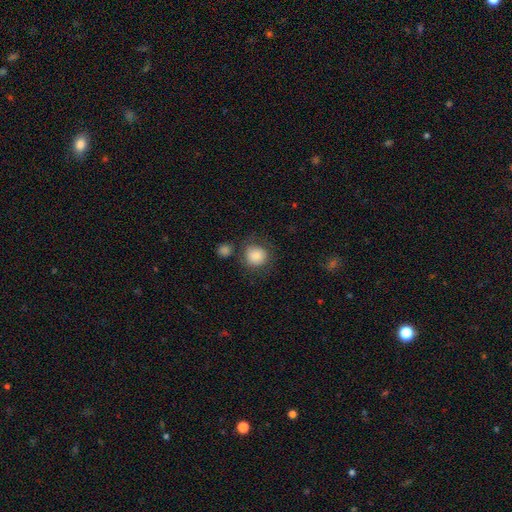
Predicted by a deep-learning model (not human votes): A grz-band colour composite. It shows a smooth galaxy with no disk features (85%) that is round (88%). Merging: none (70%).